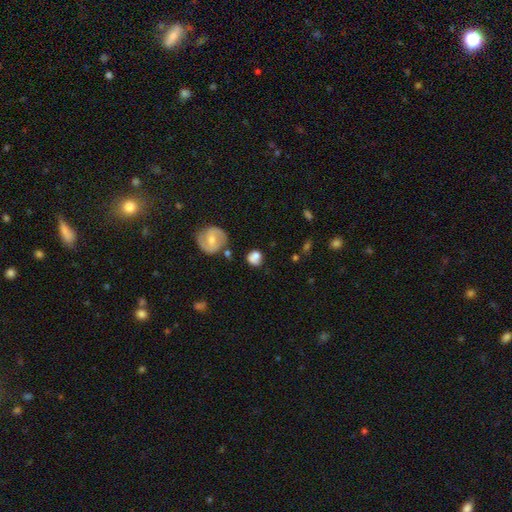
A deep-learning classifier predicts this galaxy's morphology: type=smooth (73%); roundness=round (75%); merging=none (59%).